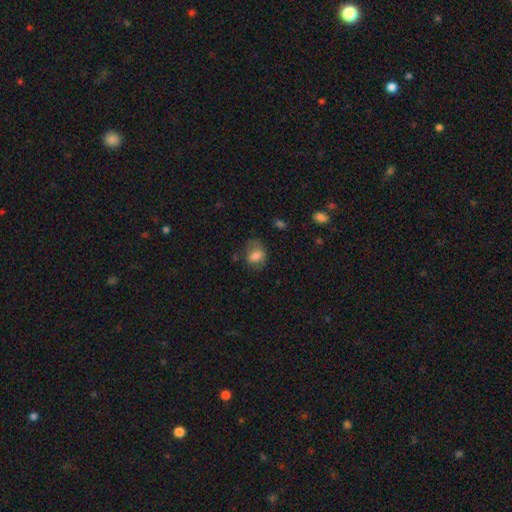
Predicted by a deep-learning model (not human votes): A smooth galaxy with no disk features (74%) that is in between round and cigar-shaped (62%). Merging: none (55%).